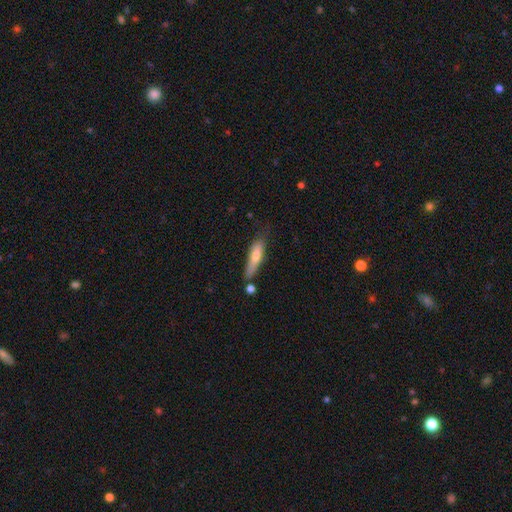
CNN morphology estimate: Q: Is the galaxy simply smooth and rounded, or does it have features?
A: smooth — 66%.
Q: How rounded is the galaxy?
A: cigar-shaped — 77%.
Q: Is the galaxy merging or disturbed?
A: none — 58%.